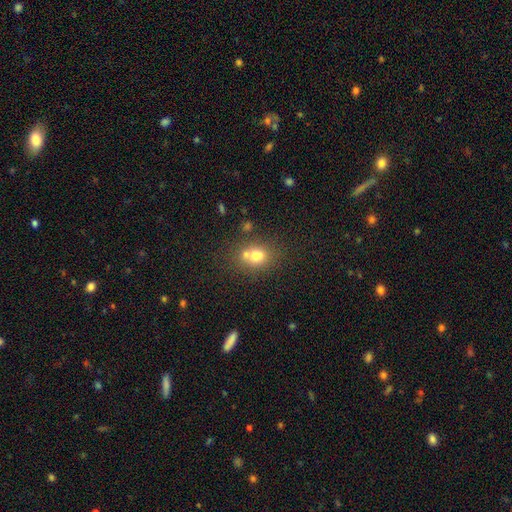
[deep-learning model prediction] This is likely a smooth galaxy (71%). How rounded: likely round (65%). Merging: possibly none (48%).